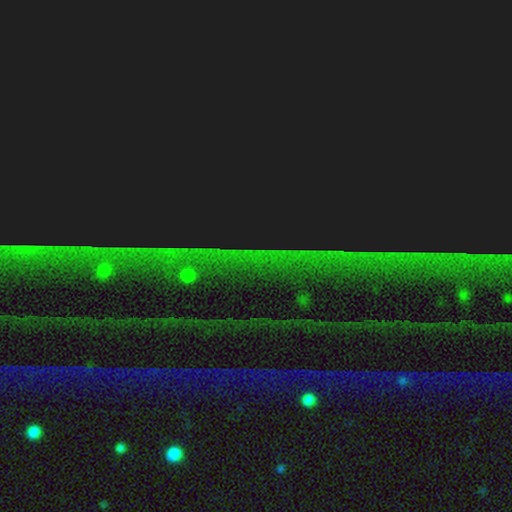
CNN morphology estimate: Smooth or featured: star or artifact — 88% (featured or disk — 6%)